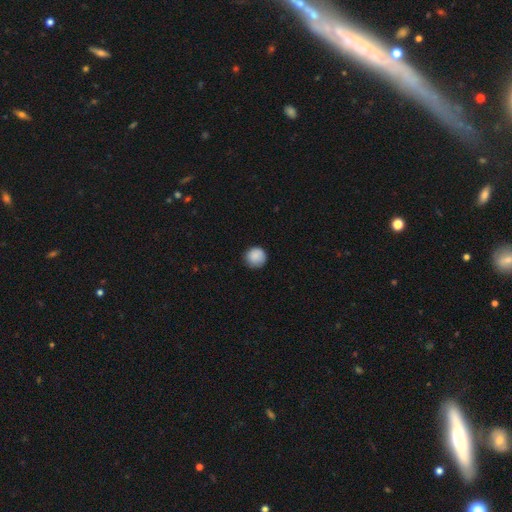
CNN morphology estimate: Q: Smooth or featured?
A: smooth (88%); runner-up: star or artifact (8%)
Q: How rounded?
A: round (94%); runner-up: in between (5%)
Q: Merging?
A: none (85%); runner-up: minor disturbance (12%)